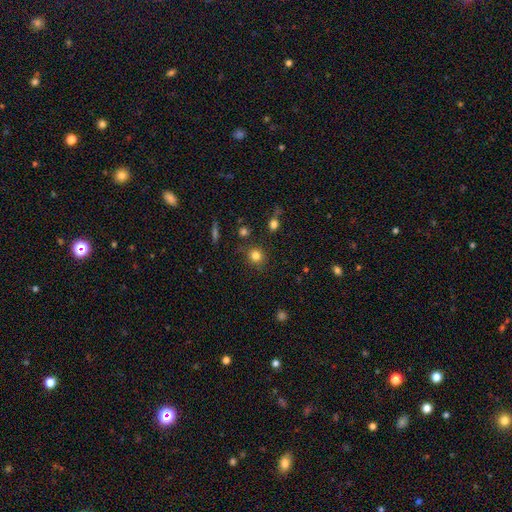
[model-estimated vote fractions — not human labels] Smooth or featured?
  - smooth: 81% *
  - star or artifact: 13%
  - featured or disk: 6%
How rounded?
  - round: 87% *
  - in between: 12%
  - cigar-shaped: 1%
Merging?
  - none: 81% *
  - minor disturbance: 11%
  - merger: 4%
  - major disturbance: 4%